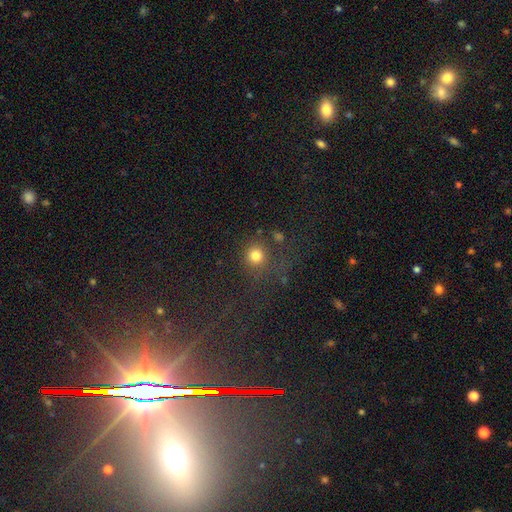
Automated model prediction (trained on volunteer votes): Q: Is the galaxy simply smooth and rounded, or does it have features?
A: smooth — 77%.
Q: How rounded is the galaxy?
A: round — 91%.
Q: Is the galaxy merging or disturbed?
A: none — 69%.